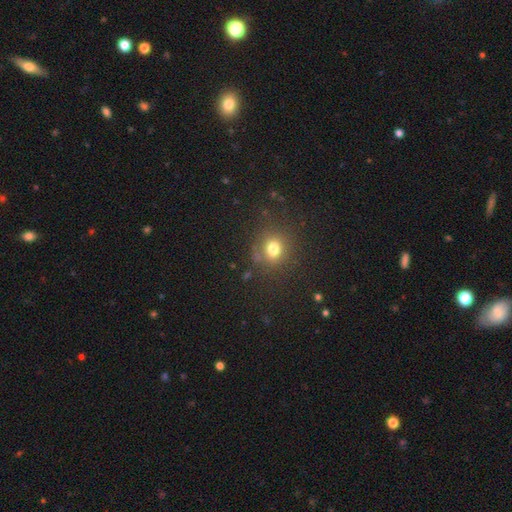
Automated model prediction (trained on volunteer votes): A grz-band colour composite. It shows a smooth galaxy with no disk features (54%) that is round (90%). Merging: none (87%).